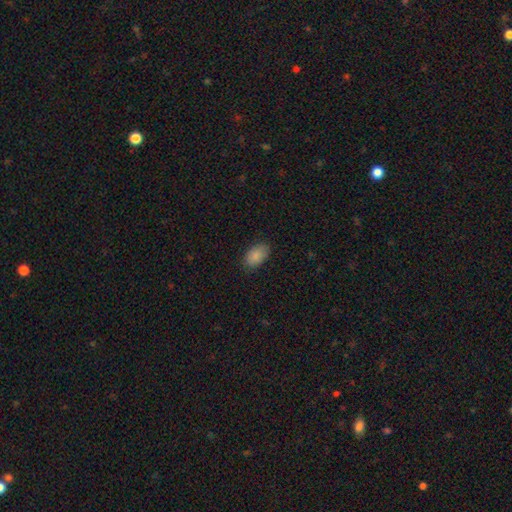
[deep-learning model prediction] The model was most divided on "merging": none: 83%, minor disturbance: 13%, major disturbance: 3%, merger: 1%. More confident: how rounded — in between (92%); smooth or featured — smooth (88%).